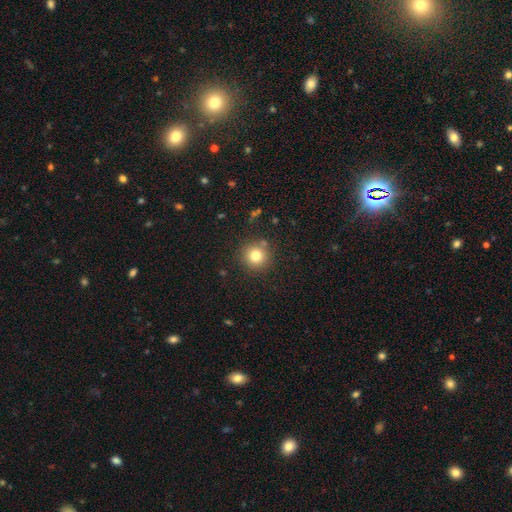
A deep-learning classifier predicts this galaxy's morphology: smooth 78%, star or artifact 13%, featured or disk 8%. Down the decision tree: how rounded — round (94%); merging — none (86%).